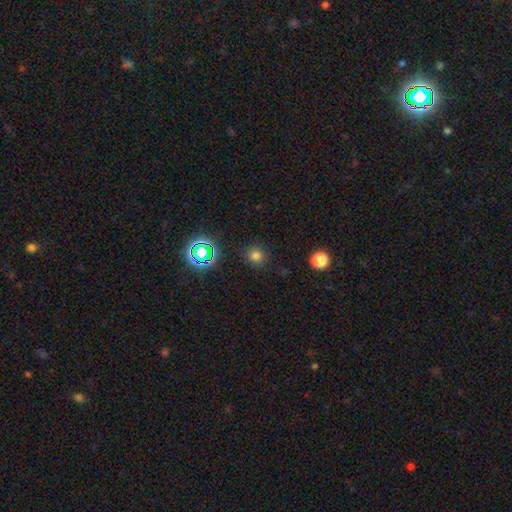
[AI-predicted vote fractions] The model was most divided on "smooth or featured": smooth: 72%, star or artifact: 23%, featured or disk: 6%. More confident: how rounded — round (90%); merging — none (86%).